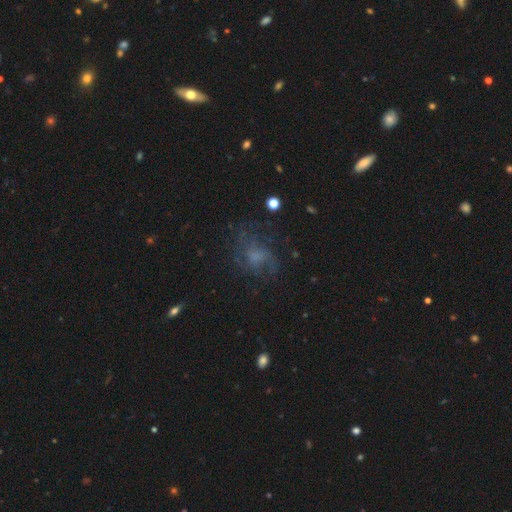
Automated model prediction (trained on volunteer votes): Morphology: type=featured or disk (56%); edge-on=no (97%); bar=no (69%); spiral arms=yes (76%); bulge=none (36%); merging=none (58%).